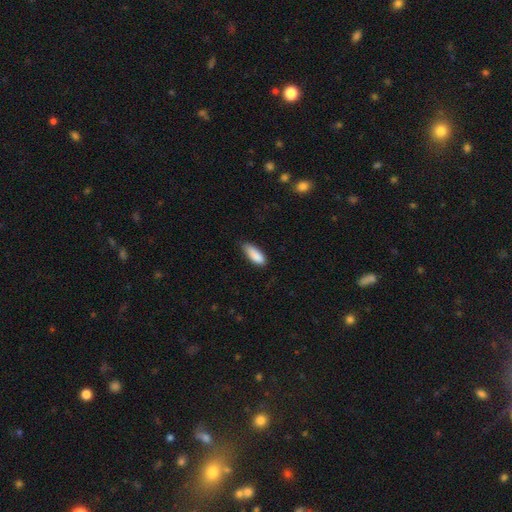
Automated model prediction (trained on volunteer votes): A smooth galaxy with no disk features (88%) that is in between round and cigar-shaped (72%).

Vote fractions:
- Smooth or featured? smooth: 88% / star or artifact: 6% / featured or disk: 6%
- How rounded? in between: 72% / cigar-shaped: 27% / round: 2%
- Merging? none: 66% / minor disturbance: 29% / major disturbance: 4% / merger: 2%